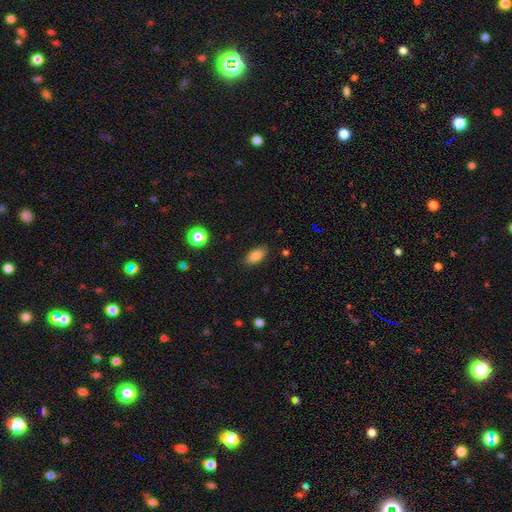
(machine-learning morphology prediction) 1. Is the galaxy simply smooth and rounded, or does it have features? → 82% smooth, 10% featured or disk, 8% star or artifact.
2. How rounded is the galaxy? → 89% in between, 7% cigar-shaped, 5% round.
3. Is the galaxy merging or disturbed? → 87% none, 10% minor disturbance, 2% major disturbance, 1% merger.